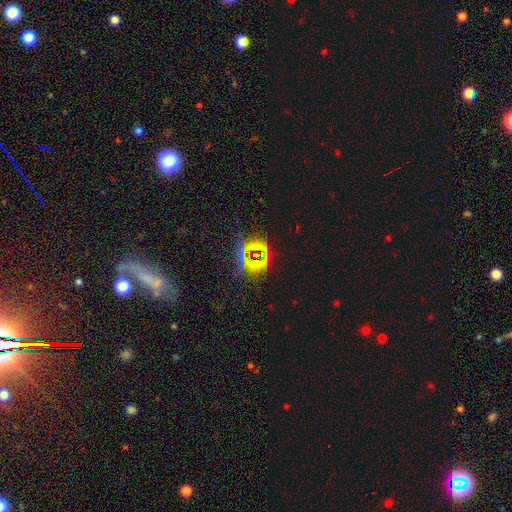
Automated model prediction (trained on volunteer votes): Q: Smooth or featured?
A: star or artifact (75%); runner-up: smooth (16%)